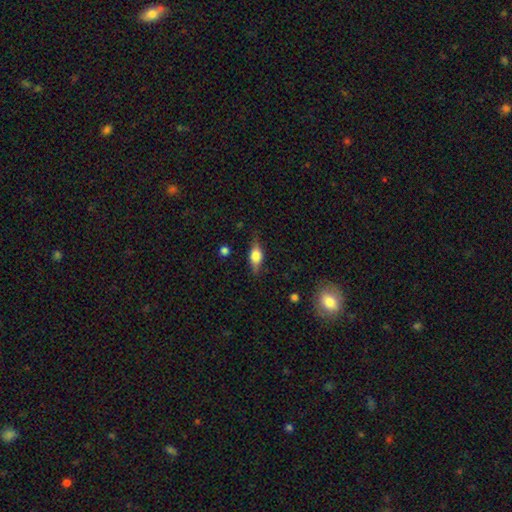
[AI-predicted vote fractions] Smooth or featured?
  - smooth: 57% *
  - featured or disk: 35%
  - star or artifact: 8%
How rounded?
  - in between: 73% *
  - cigar-shaped: 20%
  - round: 7%
Merging?
  - none: 76% *
  - minor disturbance: 18%
  - major disturbance: 5%
  - merger: 1%